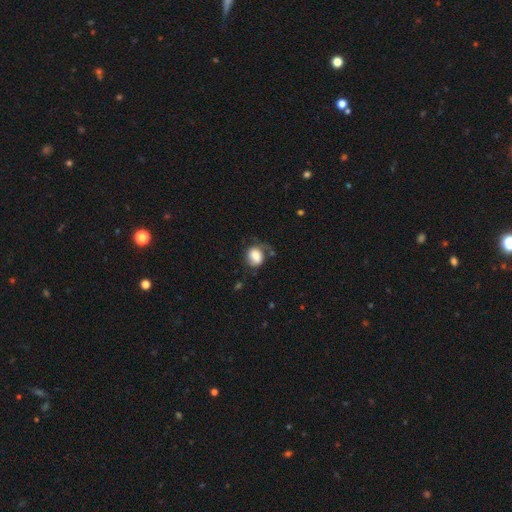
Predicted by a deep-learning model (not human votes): smooth_or_featured: smooth (p=0.71) [alt: featured or disk p=0.20]
how_rounded: round (p=0.60) [alt: in between p=0.39]
merging: none (p=0.47) [alt: minor disturbance p=0.29]